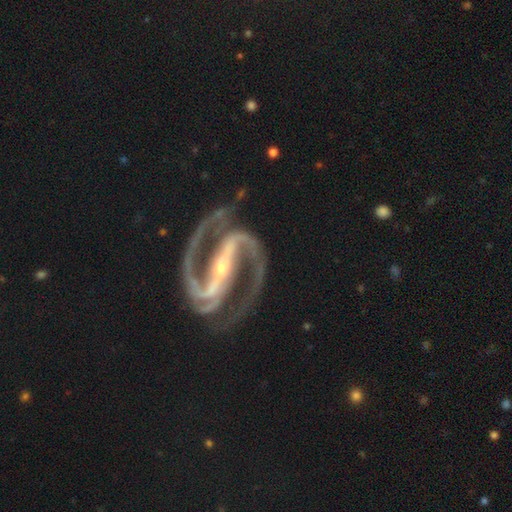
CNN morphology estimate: Smooth or featured: featured or disk — 94% (star or artifact — 4%)
Edge-on disk: no — 97% (yes — 3%)
Bar: strong — 81% (weak — 13%)
Spiral arms: yes — 99% (no — 1%)
Spiral winding: medium — 60% (tight — 27%)
Spiral arm count: 2 — 95% (3 — 1%)
Bulge size: small — 76% (moderate — 19%)
Merging: none — 78% (minor disturbance — 13%)